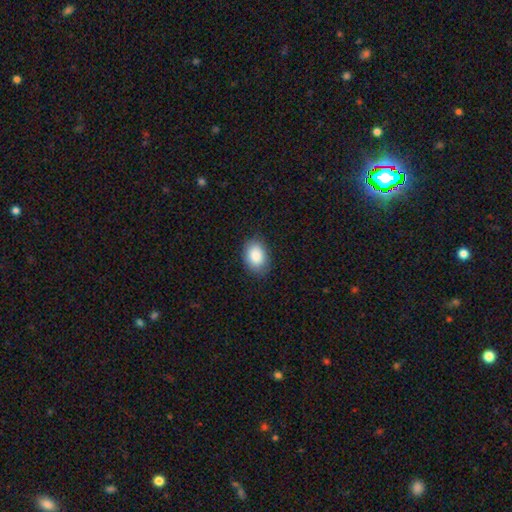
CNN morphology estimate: Smooth or featured?
  - smooth: 88% *
  - star or artifact: 7%
  - featured or disk: 5%
How rounded?
  - in between: 82% *
  - round: 17%
  - cigar-shaped: 1%
Merging?
  - none: 84% *
  - minor disturbance: 13%
  - major disturbance: 3%
  - merger: 1%